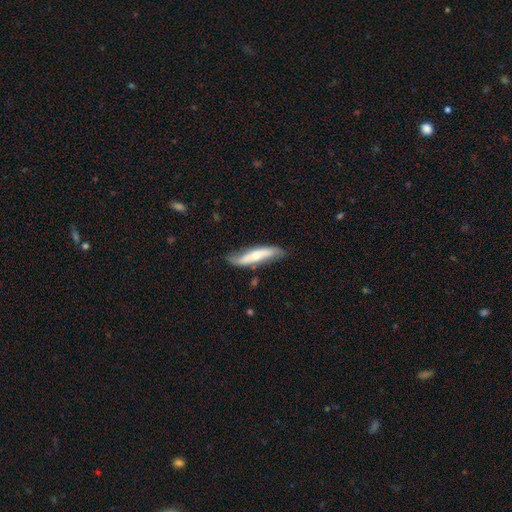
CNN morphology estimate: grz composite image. It shows a featured or disk galaxy (49%). Merging: none (67%).